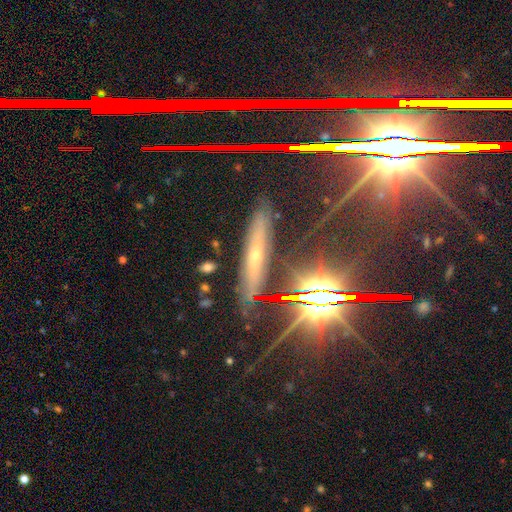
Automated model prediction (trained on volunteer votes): featured or disk 47%, star or artifact 35%, smooth 18%. Down the decision tree: merging — none (83%).